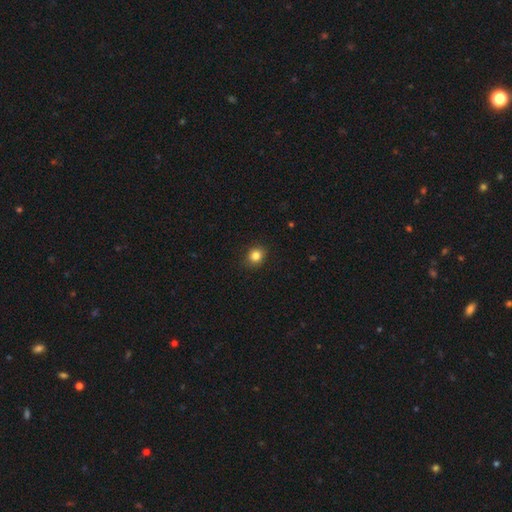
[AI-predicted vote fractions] Smooth or featured: smooth — 84% (star or artifact — 11%)
How rounded: round — 79% (in between — 20%)
Merging: none — 89% (minor disturbance — 8%)